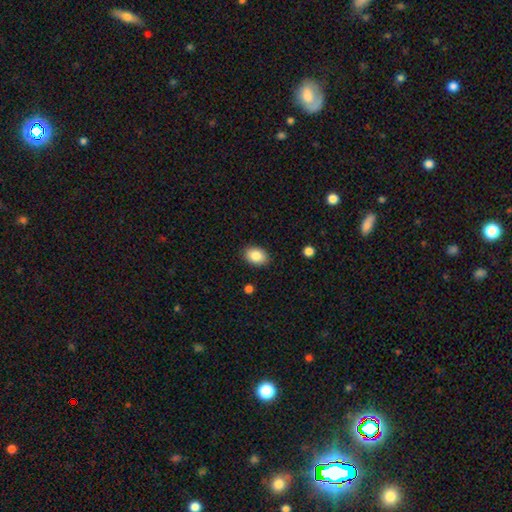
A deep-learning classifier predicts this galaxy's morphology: Overall: smooth (86%). How rounded: in between (82%). Merging: none (87%).